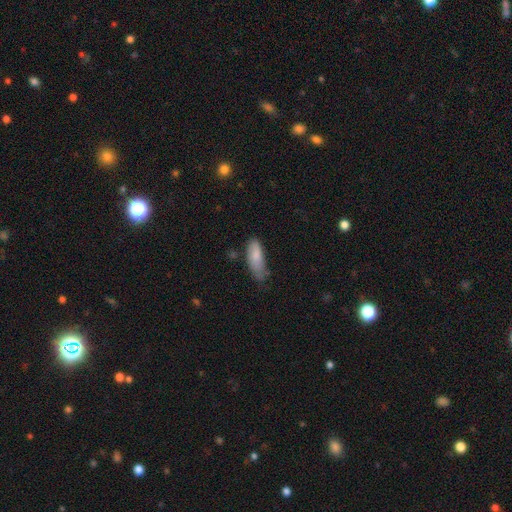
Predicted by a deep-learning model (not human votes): Q: Smooth or featured?
A: smooth (82%); runner-up: featured or disk (12%)
Q: How rounded?
A: in between (69%); runner-up: cigar-shaped (29%)
Q: Merging?
A: none (47%); runner-up: minor disturbance (39%)